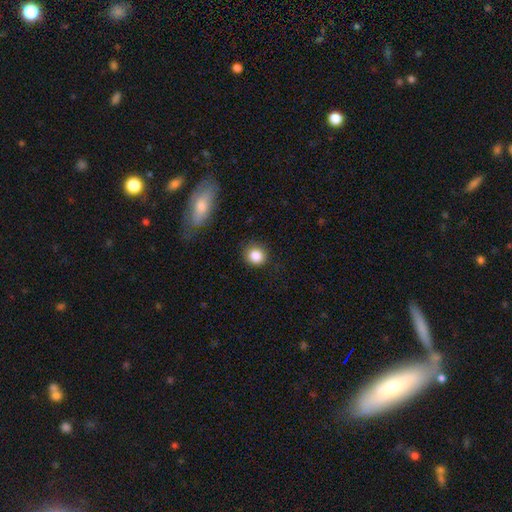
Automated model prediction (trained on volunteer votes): Morphology: type=smooth (86%); roundness=round (83%); merging=none (81%).